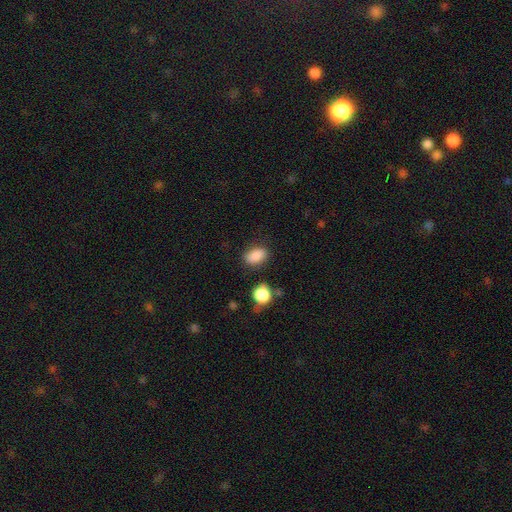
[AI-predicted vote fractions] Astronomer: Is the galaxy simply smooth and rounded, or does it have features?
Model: smooth — 86%.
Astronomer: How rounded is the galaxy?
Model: in between — 82%.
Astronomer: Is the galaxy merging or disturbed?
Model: none — 78%.